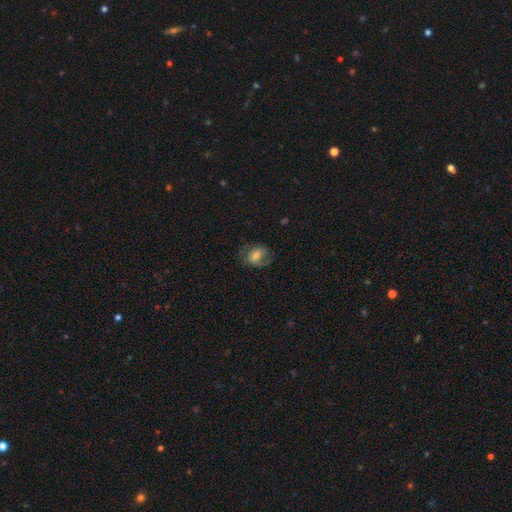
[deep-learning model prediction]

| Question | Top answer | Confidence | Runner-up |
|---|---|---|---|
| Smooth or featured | smooth | 51% | featured or disk (40%) |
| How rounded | in between | 62% | round (36%) |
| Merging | none | 62% | minor disturbance (21%) |